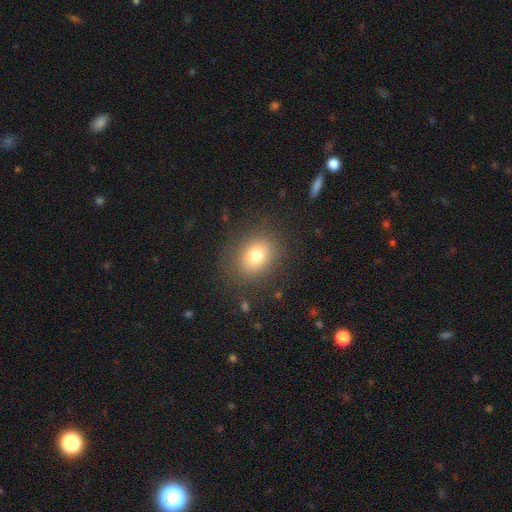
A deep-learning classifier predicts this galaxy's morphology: smooth 78%, star or artifact 12%, featured or disk 10%. Down the decision tree: how rounded — round (51%); merging — none (83%).